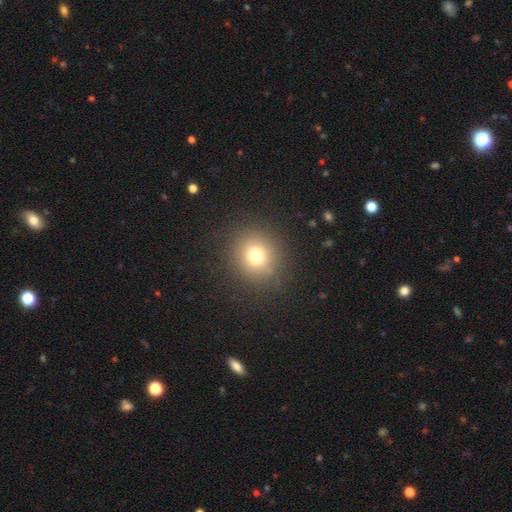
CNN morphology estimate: Smooth or featured? smooth (72%)
How rounded? round (88%)
Merging? none (87%)